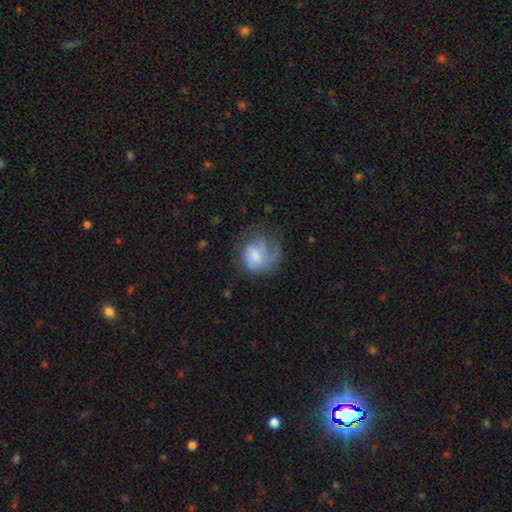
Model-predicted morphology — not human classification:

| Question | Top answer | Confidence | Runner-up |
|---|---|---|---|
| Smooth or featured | featured or disk | 49% | smooth (43%) |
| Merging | none | 38% | major disturbance (36%) |